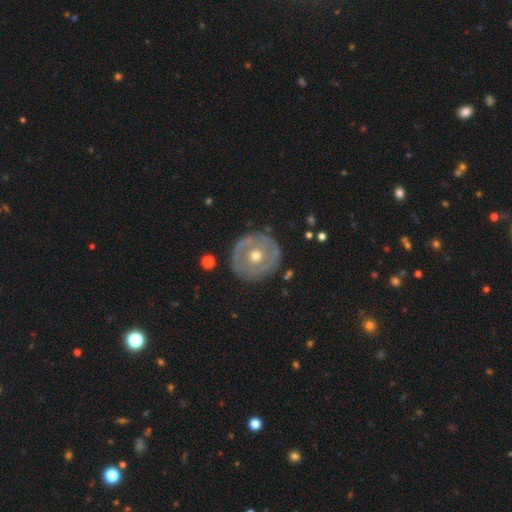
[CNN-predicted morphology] Smooth or featured?
  - featured or disk: 64% *
  - smooth: 31%
  - star or artifact: 5%
Edge-on disk?
  - no: 95% *
  - yes: 5%
Bar?
  - no: 85% *
  - weak: 11%
  - strong: 4%
Spiral arms?
  - no: 71% *
  - yes: 29%
Bulge size?
  - moderate: 76% *
  - small: 18%
  - large: 4%
  - dominant: 1%
  - none: 1%
Merging?
  - none: 82% *
  - minor disturbance: 12%
  - major disturbance: 4%
  - merger: 2%